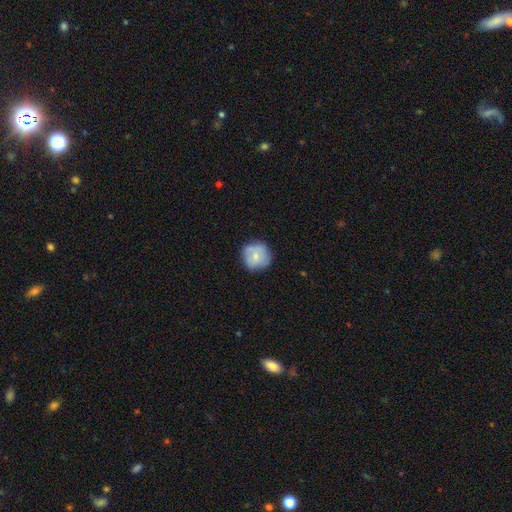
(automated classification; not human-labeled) smooth 62%, featured or disk 31%, star or artifact 7%. Down the decision tree: how rounded — round (91%); merging — none (73%).